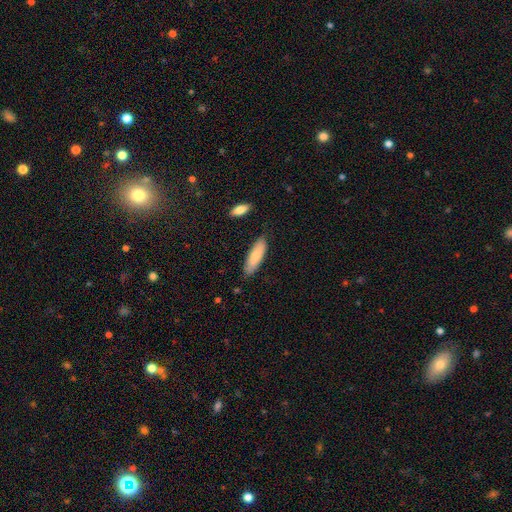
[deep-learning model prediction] Q: Smooth or featured?
A: smooth (81%); runner-up: featured or disk (13%)
Q: How rounded?
A: cigar-shaped (51%); runner-up: in between (48%)
Q: Merging?
A: none (83%); runner-up: minor disturbance (13%)